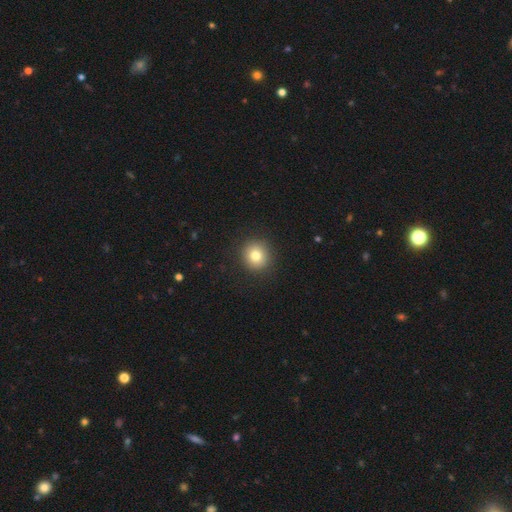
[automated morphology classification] type=smooth (79%); roundness=round (90%); merging=none (91%).